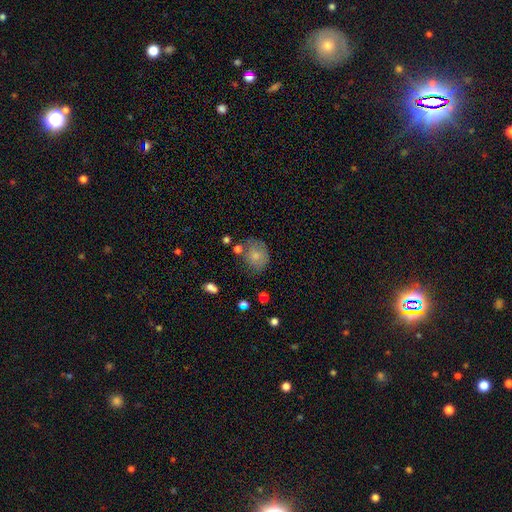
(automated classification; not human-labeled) A smooth galaxy with no disk features (74%) that is round (63%). Merging: none (56%).